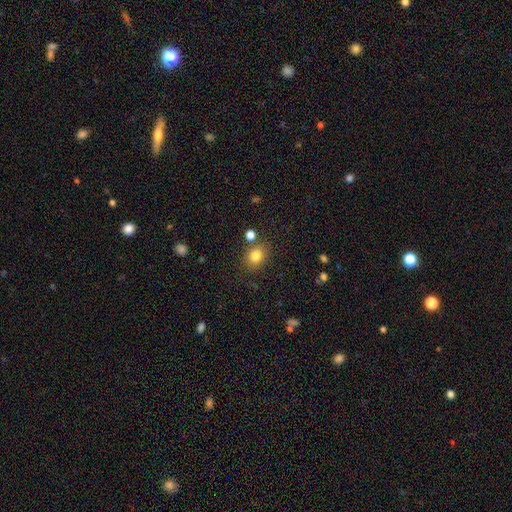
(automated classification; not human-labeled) Q: Smooth or featured?
A: smooth (81%); runner-up: star or artifact (12%)
Q: How rounded?
A: round (64%); runner-up: in between (35%)
Q: Merging?
A: none (78%); runner-up: minor disturbance (11%)